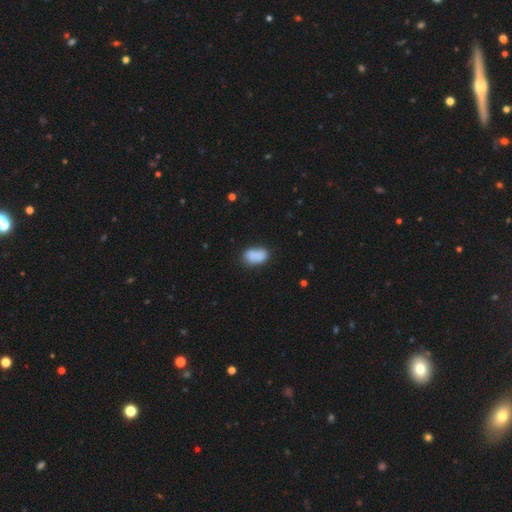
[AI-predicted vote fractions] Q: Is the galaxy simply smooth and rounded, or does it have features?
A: smooth — 82%.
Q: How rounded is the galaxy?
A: in between — 89%.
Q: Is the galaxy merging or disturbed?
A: none — 60%.